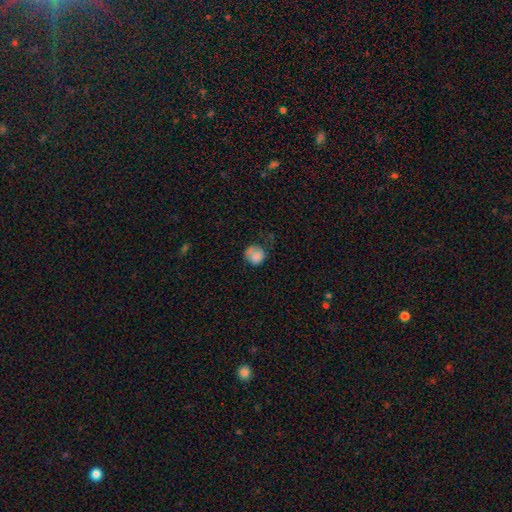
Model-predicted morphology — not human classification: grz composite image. It shows a smooth galaxy with no disk features (80%) that is round (81%). Merging: none (46%).